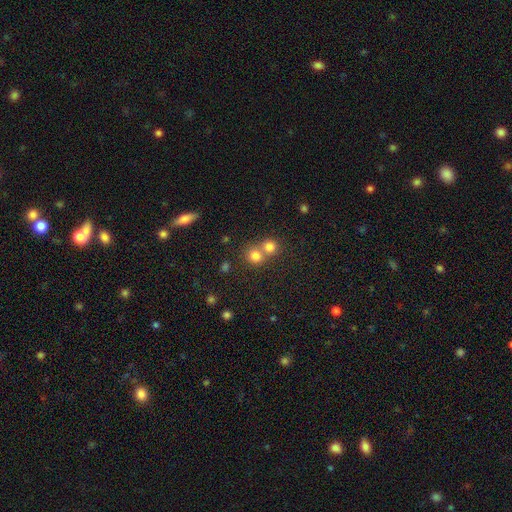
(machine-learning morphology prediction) Smooth or featured? smooth (78%)
How rounded? round (84%)
Merging? merger (49%)